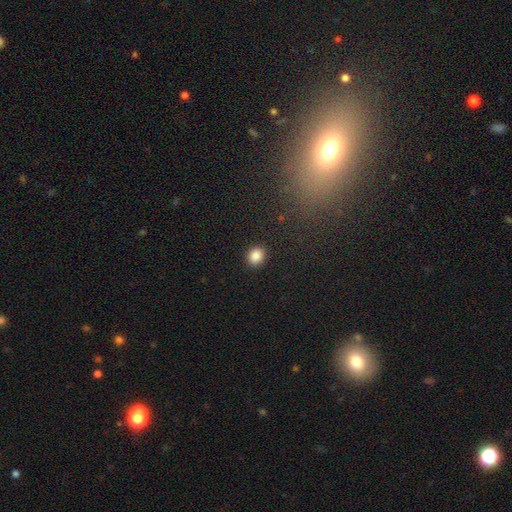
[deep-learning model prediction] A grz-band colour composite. It shows a smooth galaxy with no disk features (88%) that is round (59%). Merging: none (90%).